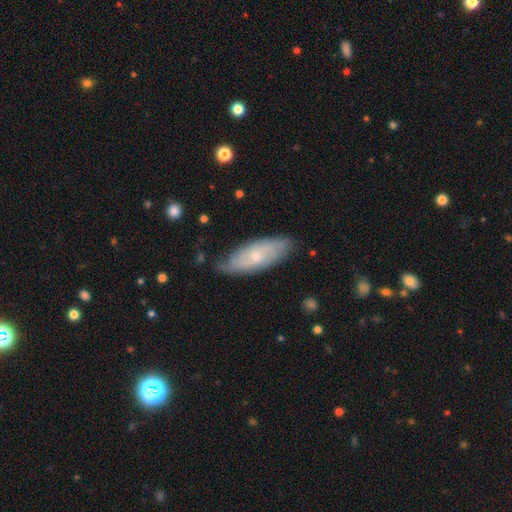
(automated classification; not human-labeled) smooth_or_featured: featured or disk (p=0.55) [alt: smooth p=0.39]
disk_edge_on: no (p=0.81) [alt: yes p=0.19]
merging: none (p=0.71) [alt: minor disturbance p=0.23]